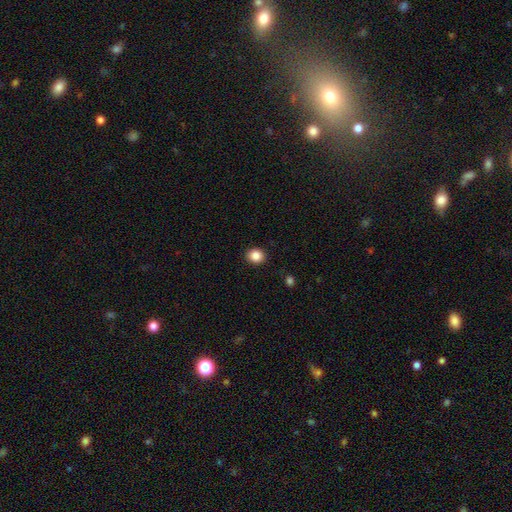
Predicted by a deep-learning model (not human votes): Smooth or featured?
  - smooth: 87% *
  - star or artifact: 10%
  - featured or disk: 4%
How rounded?
  - round: 75% *
  - in between: 24%
  - cigar-shaped: 1%
Merging?
  - none: 91% *
  - minor disturbance: 6%
  - major disturbance: 2%
  - merger: 1%